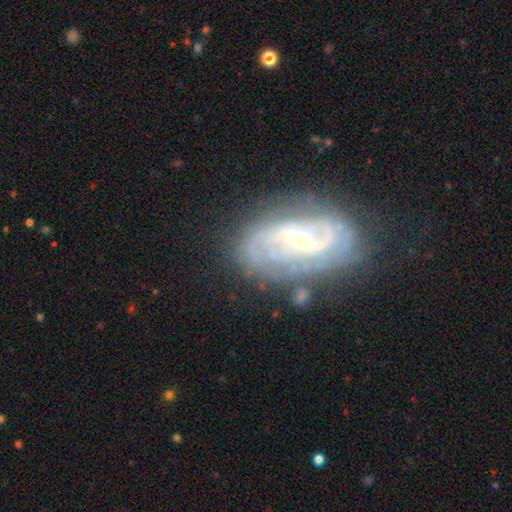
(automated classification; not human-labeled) A featured or disk galaxy (83%) with a weak bar (44%), 2 (70%) medium (47%) spiral arms (91%) and a small central bulge (76%). Merging: none (62%).